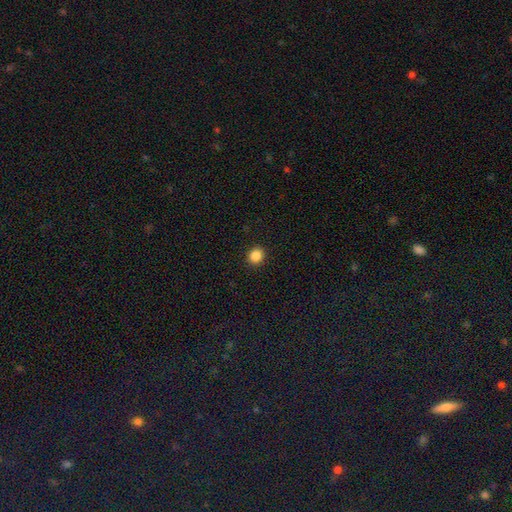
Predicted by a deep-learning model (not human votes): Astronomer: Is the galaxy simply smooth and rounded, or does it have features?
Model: smooth — 86%.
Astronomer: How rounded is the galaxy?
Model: round — 81%.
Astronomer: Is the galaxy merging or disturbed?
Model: none — 92%.